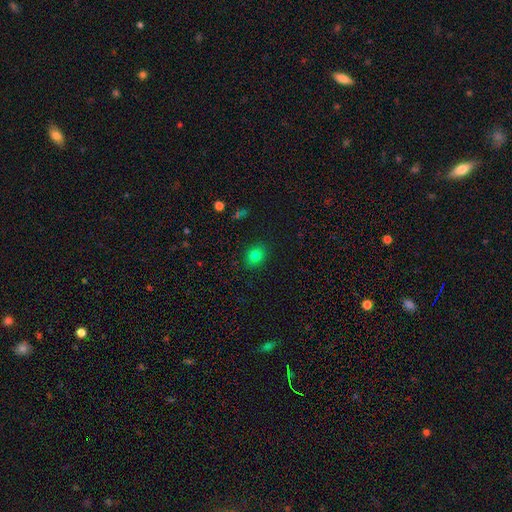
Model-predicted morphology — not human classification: smooth-or-featured: smooth: 81% | star or artifact: 14% | featured or disk: 5%
  how-rounded: round: 58% | in between: 41% | cigar-shaped: 1%
  merging: none: 86% | minor disturbance: 10% | major disturbance: 3% | merger: 1%